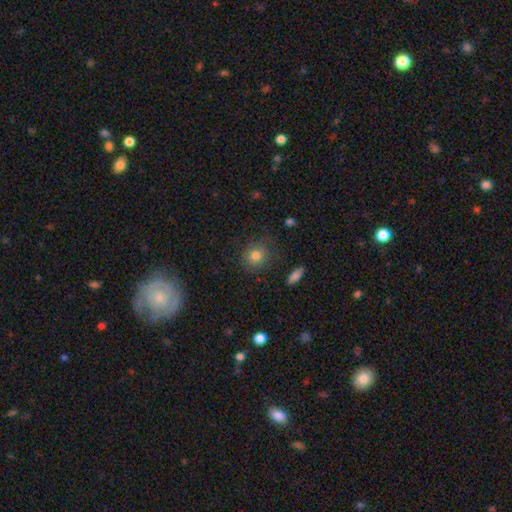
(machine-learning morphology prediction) Overall: smooth (80%). How rounded: round (82%). Merging: none (78%).